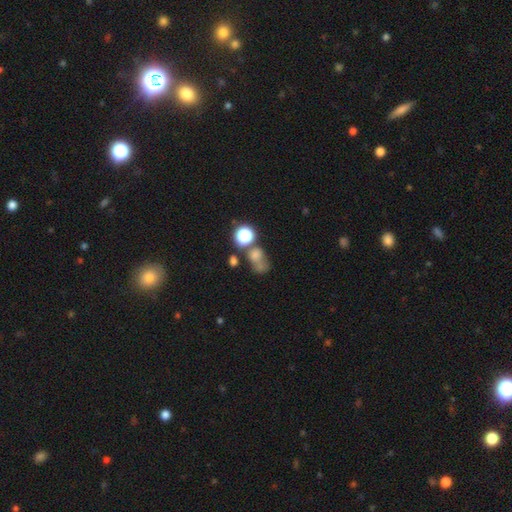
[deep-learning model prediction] Smooth or featured? smooth (64%)
How rounded? round (49%, tied with in between)
Merging? merger (35%)